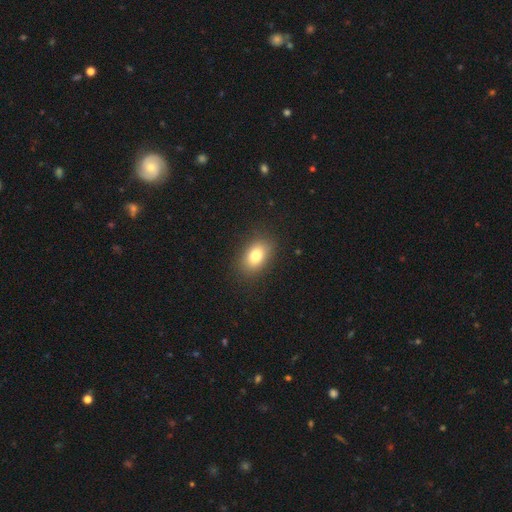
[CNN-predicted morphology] Smooth or featured? smooth (79%)
How rounded? in between (83%)
Merging? none (86%)